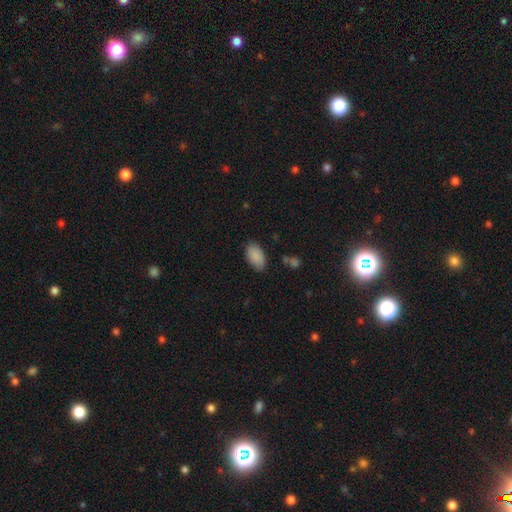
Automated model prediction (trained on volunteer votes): Q: Smooth or featured?
A: smooth (88%); runner-up: star or artifact (7%)
Q: How rounded?
A: in between (93%); runner-up: round (5%)
Q: Merging?
A: none (81%); runner-up: minor disturbance (14%)